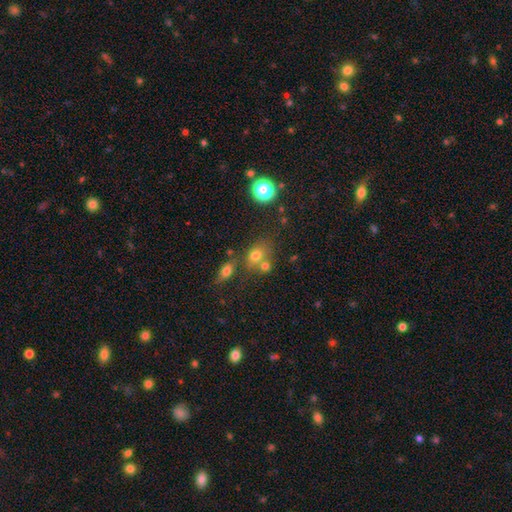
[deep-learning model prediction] Overall: smooth (69%). How rounded: in between (52%; round 46%). Merging: none (50%; merger 31%).